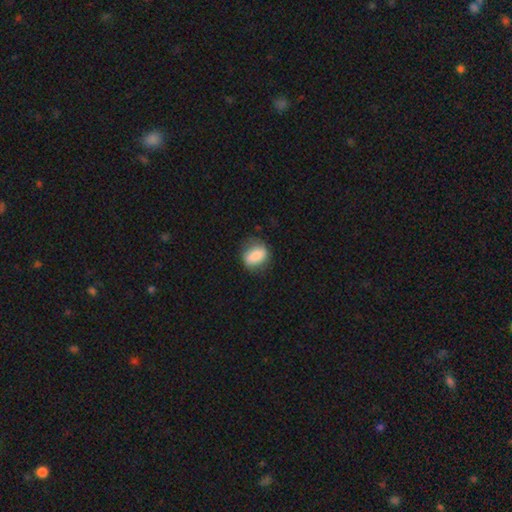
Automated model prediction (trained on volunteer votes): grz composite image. It shows a smooth galaxy with no disk features (82%) that is in between round and cigar-shaped (69%). Merging: none (68%).